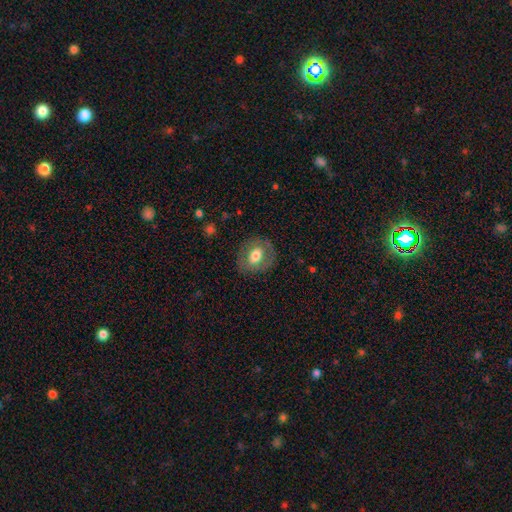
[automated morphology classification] The model was most divided on "how rounded": in between: 50%, round: 49%, cigar-shaped: 1%. More confident: merging — none (81%); smooth or featured — smooth (59%).